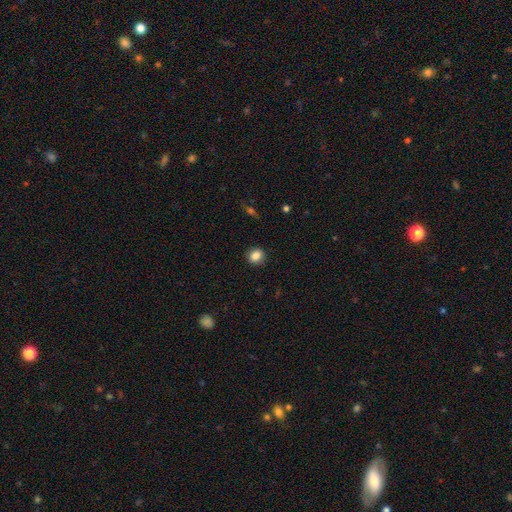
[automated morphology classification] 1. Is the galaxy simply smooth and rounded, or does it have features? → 85% smooth, 10% star or artifact, 6% featured or disk.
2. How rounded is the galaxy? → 70% round, 29% in between, 1% cigar-shaped.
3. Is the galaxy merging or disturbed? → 89% none, 8% minor disturbance, 2% major disturbance, 1% merger.